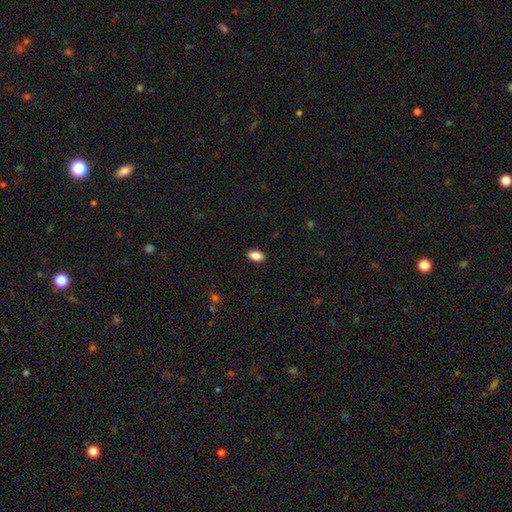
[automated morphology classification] smooth-or-featured: smooth: 87% | star or artifact: 8% | featured or disk: 5%
  how-rounded: in between: 92% | round: 5% | cigar-shaped: 3%
  merging: none: 90% | minor disturbance: 7% | major disturbance: 2% | merger: 1%